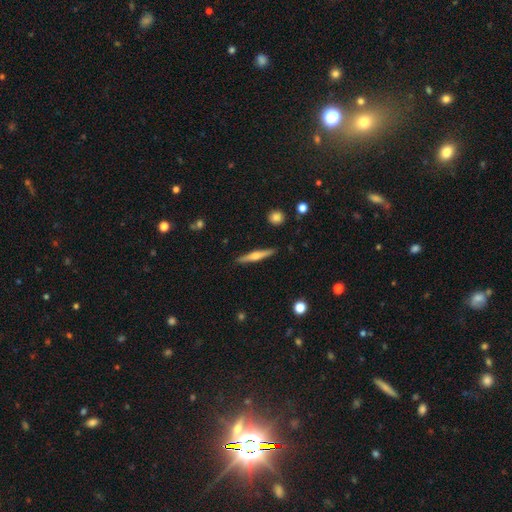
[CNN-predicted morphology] Overall: featured or disk (61%; smooth 33%). Edge-on disk: yes (97%). Edge-on bulge: rounded (87%). Merging: none (90%).